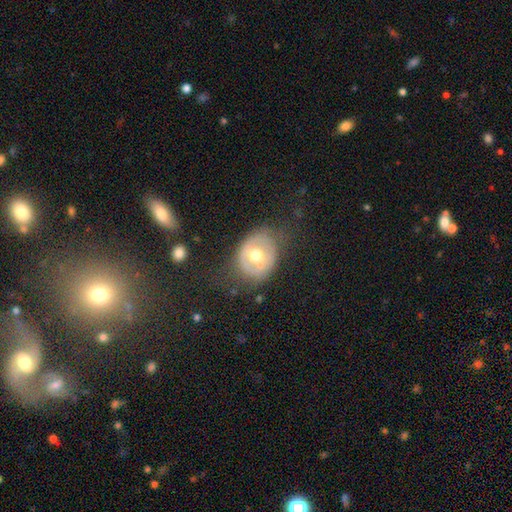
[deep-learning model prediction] featured or disk 49%, smooth 43%, star or artifact 8%. Down the decision tree: merging — none (48%).